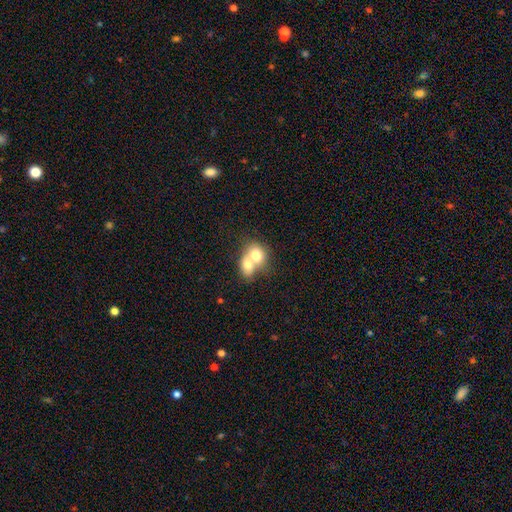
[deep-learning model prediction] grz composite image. It shows a smooth galaxy with no disk features (71%) that is round (55%). Merging: merger (77%).